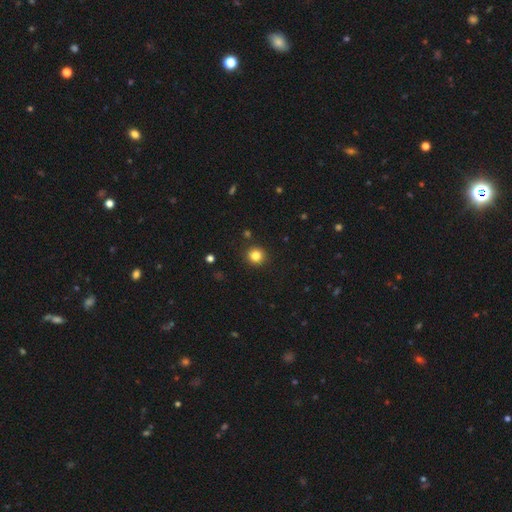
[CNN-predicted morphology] smooth_or_featured: smooth (p=0.83) [alt: star or artifact p=0.12]
how_rounded: round (p=0.93) [alt: in between p=0.06]
merging: none (p=0.92) [alt: minor disturbance p=0.05]